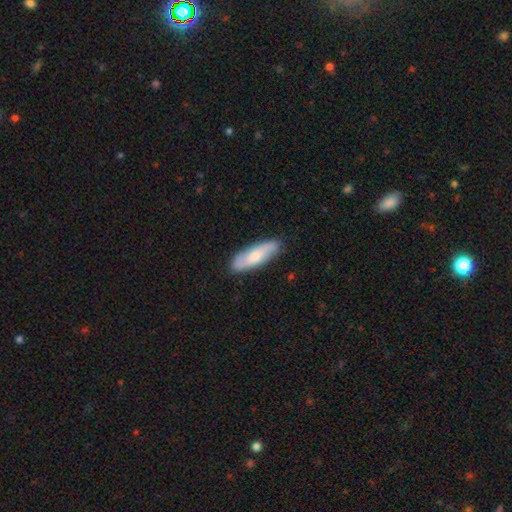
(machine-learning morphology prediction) This appears to be a smooth galaxy with no disk features (63%) that is in between round and cigar-shaped (51%). Merging: none (86%).